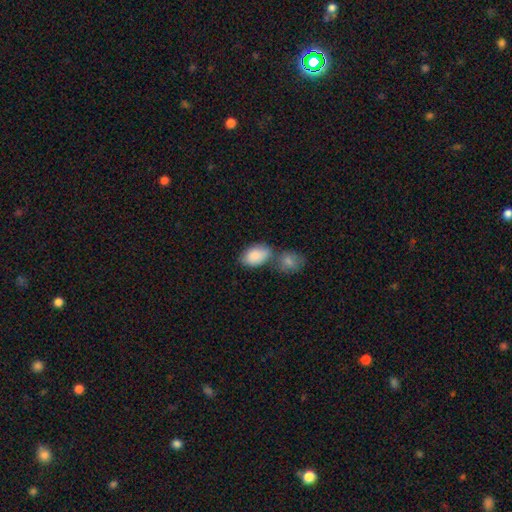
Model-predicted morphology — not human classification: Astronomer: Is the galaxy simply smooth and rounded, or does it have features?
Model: smooth — 87%.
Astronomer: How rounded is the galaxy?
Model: in between — 90%.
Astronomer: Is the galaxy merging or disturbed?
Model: none — 42% (runner-up: merger, 37%).